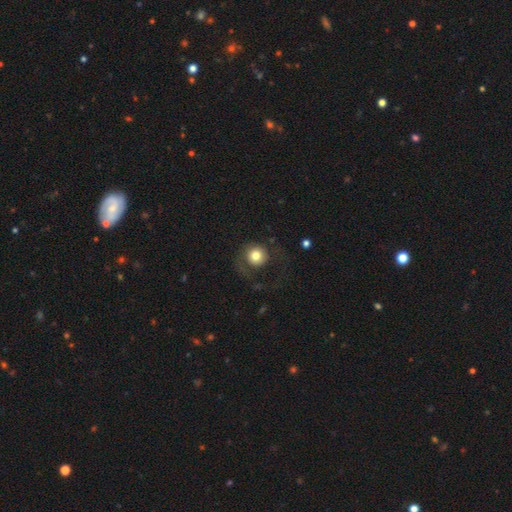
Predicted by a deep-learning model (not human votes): The model was most divided on "merging": none: 53%, major disturbance: 31%, minor disturbance: 15%, merger: 2%. More confident: how rounded — round (91%); smooth or featured — smooth (73%).